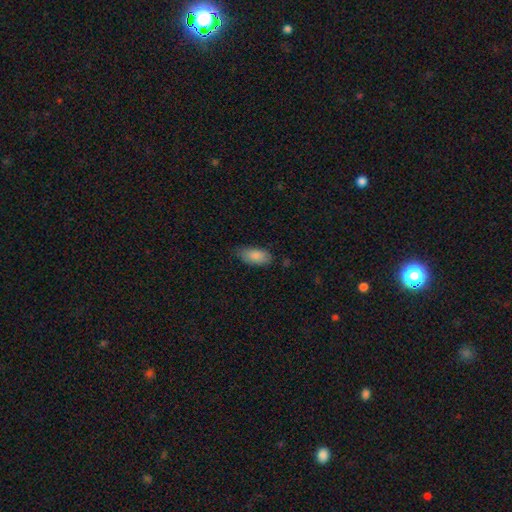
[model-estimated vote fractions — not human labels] smooth_or_featured: smooth (p=0.87) [alt: star or artifact p=0.07]
how_rounded: in between (p=0.91) [alt: cigar-shaped p=0.07]
merging: none (p=0.73) [alt: minor disturbance p=0.22]